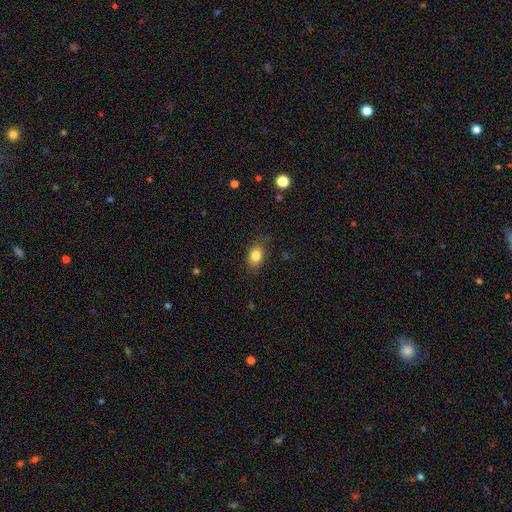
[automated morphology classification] Smooth or featured? Predicted: smooth (p=0.83). How rounded? Predicted: in between (p=0.72). Merging? Predicted: none (p=0.74).